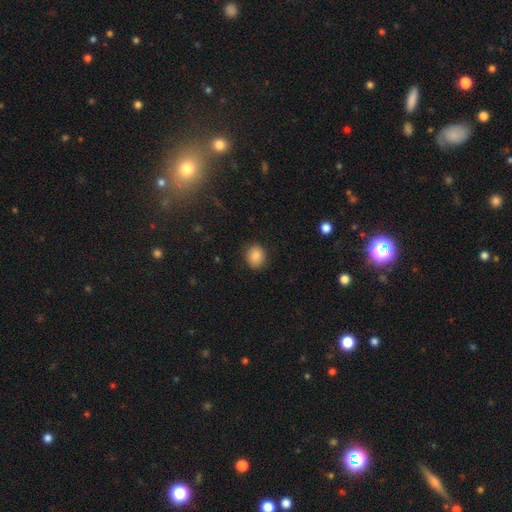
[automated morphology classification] smooth 86%, star or artifact 9%, featured or disk 5%. Down the decision tree: how rounded — round (72%); merging — none (87%).